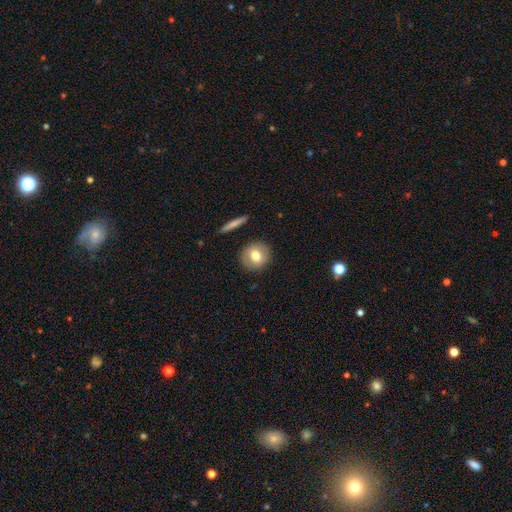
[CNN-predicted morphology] Overall: smooth (71%). How rounded: round (86%). Merging: none (89%).